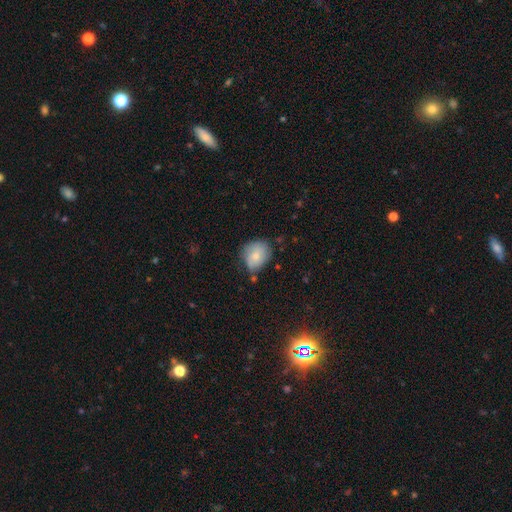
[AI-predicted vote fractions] A smooth galaxy with no disk features (73%) that is round (54%).

Vote fractions:
- Smooth or featured? smooth: 73% / featured or disk: 19% / star or artifact: 8%
- How rounded? round: 54% / in between: 45% / cigar-shaped: 1%
- Merging? none: 58% / minor disturbance: 31% / major disturbance: 7% / merger: 4%